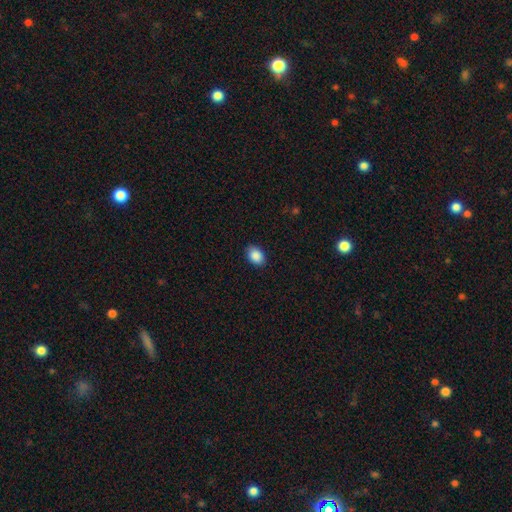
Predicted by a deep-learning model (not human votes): smooth_or_featured: smooth (p=0.89) [alt: star or artifact p=0.07]
how_rounded: in between (p=0.80) [alt: round p=0.19]
merging: none (p=0.88) [alt: minor disturbance p=0.09]